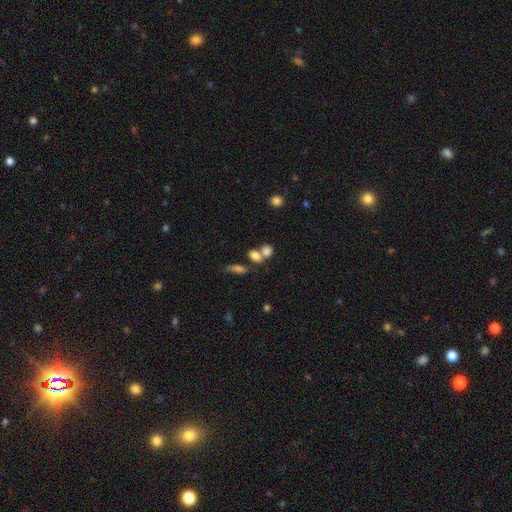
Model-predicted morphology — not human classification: Smooth or featured: smooth — 78% (star or artifact — 11%)
How rounded: in between — 61% (round — 35%)
Merging: merger — 50% (none — 35%)